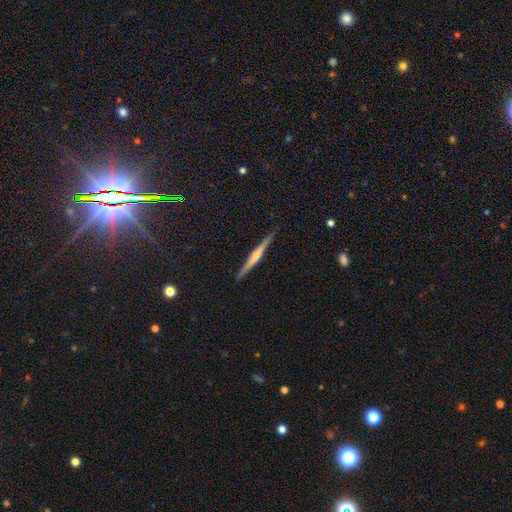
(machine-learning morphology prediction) This is likely a featured or disk galaxy (69%). It is clearly viewed edge-on (98%). Edge-on bulge: likely rounded (70%). Merging: clearly none (91%).